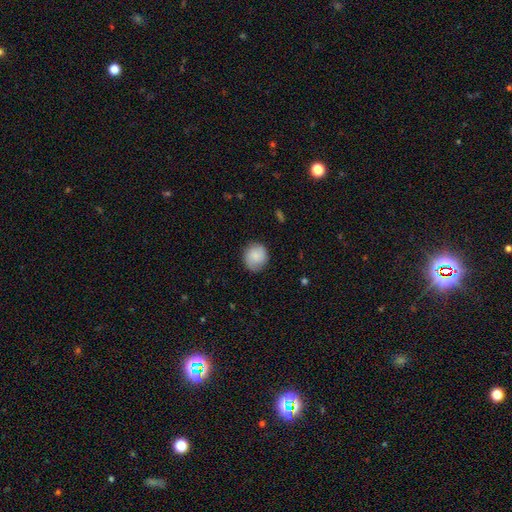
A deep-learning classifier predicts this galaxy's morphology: smooth 82%, featured or disk 11%, star or artifact 7%. Down the decision tree: how rounded — round (86%); merging — none (83%).